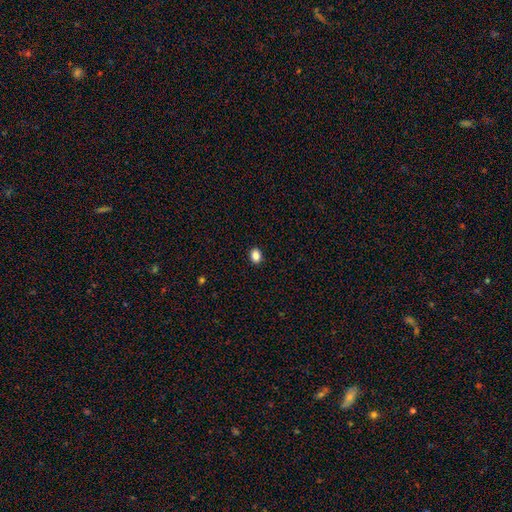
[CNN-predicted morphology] Smooth or featured? smooth (86%)
How rounded? in between (64%)
Merging? none (91%)